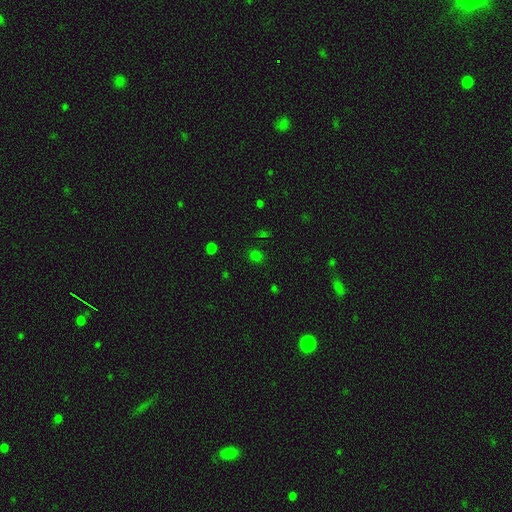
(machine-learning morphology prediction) smooth-or-featured: smooth: 69% | star or artifact: 27% | featured or disk: 4%
  how-rounded: round: 72% | in between: 26% | cigar-shaped: 1%
  merging: none: 83% | minor disturbance: 11% | major disturbance: 4% | merger: 3%